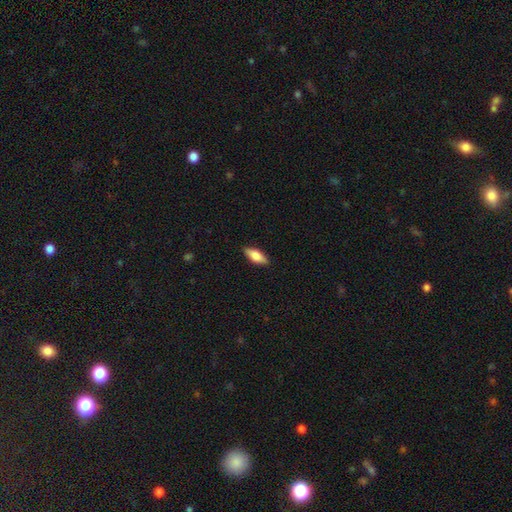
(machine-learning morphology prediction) smooth-or-featured: smooth: 68% | featured or disk: 25% | star or artifact: 6%
  how-rounded: in between: 72% | cigar-shaped: 25% | round: 3%
  merging: none: 87% | minor disturbance: 10% | major disturbance: 2% | merger: 1%